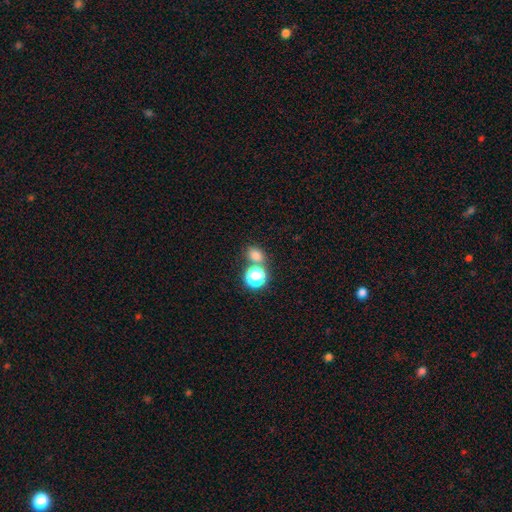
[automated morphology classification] smooth_or_featured: smooth (p=0.75) [alt: star or artifact p=0.20]
how_rounded: round (p=0.57) [alt: in between p=0.42]
merging: none (p=0.63) [alt: merger p=0.25]